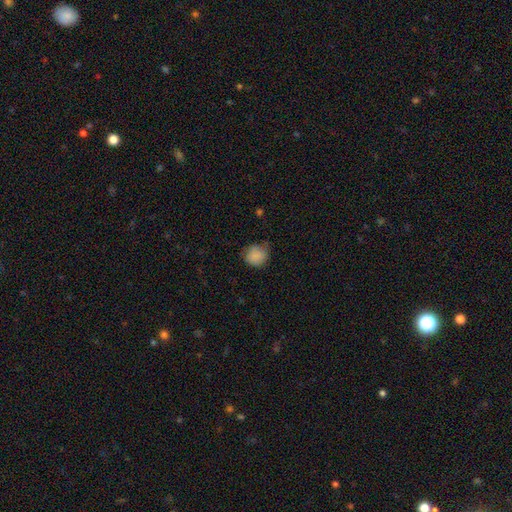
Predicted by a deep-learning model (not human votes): Smooth or featured? smooth (86%)
How rounded? round (84%)
Merging? none (67%)